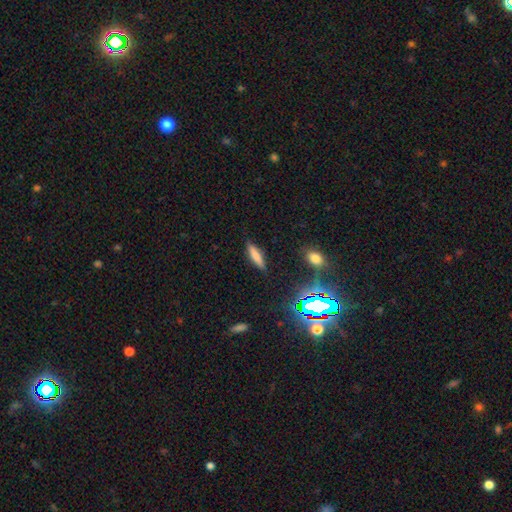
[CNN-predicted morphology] Smooth or featured? Predicted: smooth (p=0.72). How rounded? Predicted: cigar-shaped (p=0.73). Merging? Predicted: none (p=0.85).